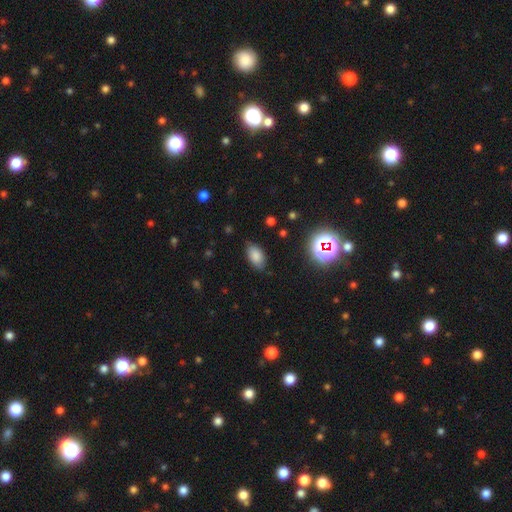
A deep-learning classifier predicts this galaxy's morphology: The model was most divided on "merging": none: 81%, minor disturbance: 14%, major disturbance: 3%, merger: 1%. More confident: how rounded — in between (92%); smooth or featured — smooth (80%).